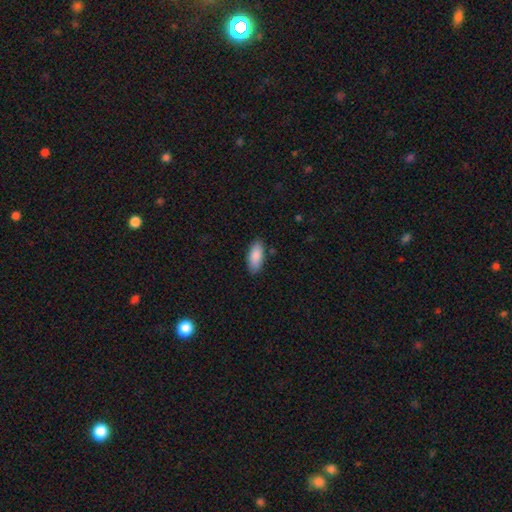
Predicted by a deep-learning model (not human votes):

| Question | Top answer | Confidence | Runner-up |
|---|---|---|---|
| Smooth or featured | smooth | 88% | featured or disk (6%) |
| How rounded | in between | 86% | cigar-shaped (13%) |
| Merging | none | 86% | minor disturbance (11%) |